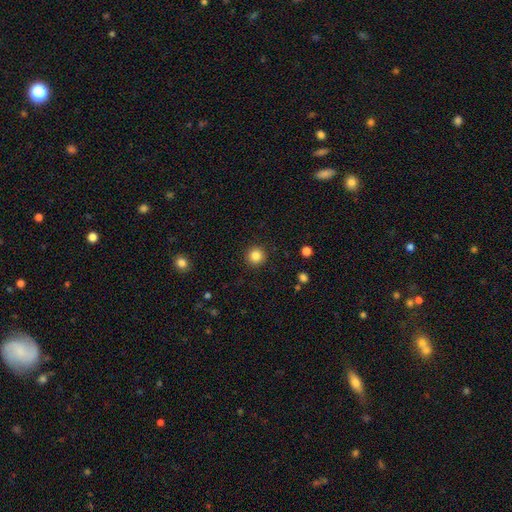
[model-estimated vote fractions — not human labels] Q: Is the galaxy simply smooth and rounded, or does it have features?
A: smooth — 85%.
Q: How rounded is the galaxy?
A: round — 95%.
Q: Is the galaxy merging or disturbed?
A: none — 92%.